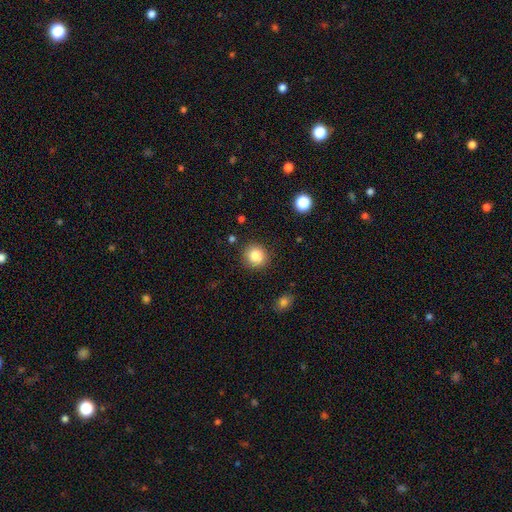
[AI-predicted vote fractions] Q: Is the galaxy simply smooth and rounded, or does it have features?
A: smooth — 85%.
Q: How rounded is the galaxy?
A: round — 90%.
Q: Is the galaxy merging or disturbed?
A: none — 88%.